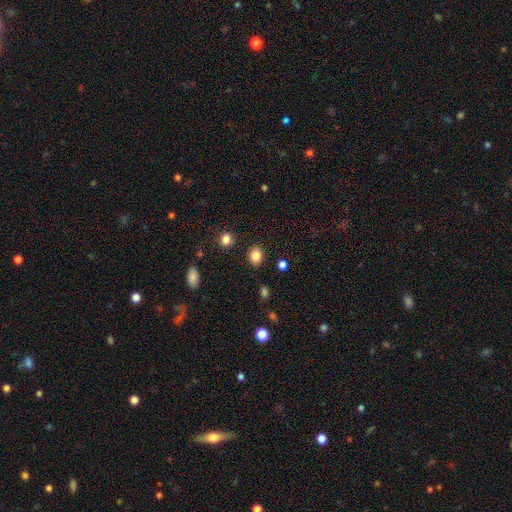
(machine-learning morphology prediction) A smooth galaxy with no disk features (85%) that is in between round and cigar-shaped (58%). Merging: none (87%).